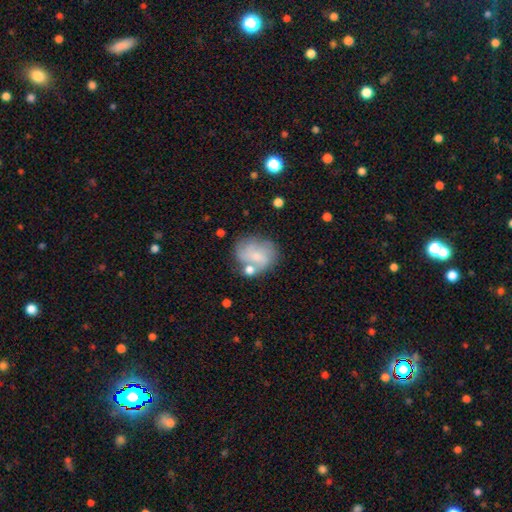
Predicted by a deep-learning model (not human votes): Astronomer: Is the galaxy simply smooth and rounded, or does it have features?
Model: featured or disk — 46%, tied with smooth at 46%.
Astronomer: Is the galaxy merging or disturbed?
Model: none — 54%.